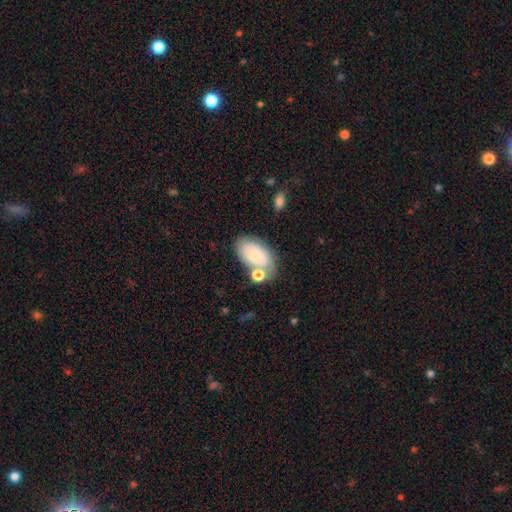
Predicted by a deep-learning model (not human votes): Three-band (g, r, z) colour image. It shows a smooth galaxy with no disk features (74%) that is in between round and cigar-shaped (94%). Merging: none (47%).